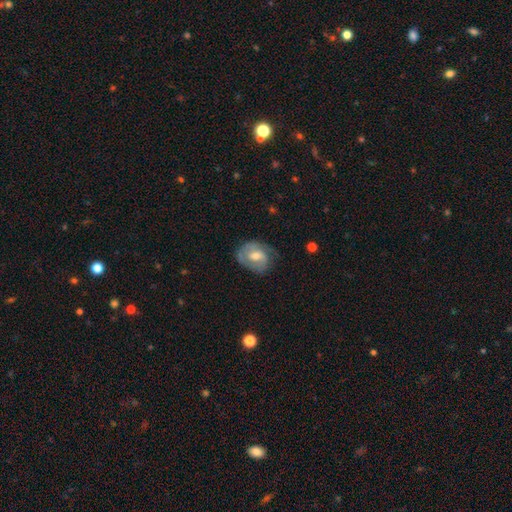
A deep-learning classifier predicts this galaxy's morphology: Q: Smooth or featured?
A: featured or disk (57%); runner-up: smooth (36%)
Q: Edge-on disk?
A: no (96%); runner-up: yes (4%)
Q: Bar?
A: no (45%); runner-up: weak (43%)
Q: Spiral arms?
A: yes (73%); runner-up: no (27%)
Q: Bulge size?
A: moderate (67%); runner-up: small (25%)
Q: Merging?
A: none (60%); runner-up: minor disturbance (27%)